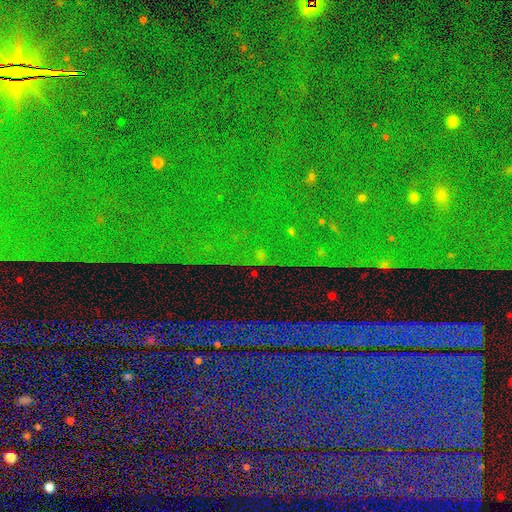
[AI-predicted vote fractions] Q: Smooth or featured?
A: star or artifact (86%); runner-up: featured or disk (7%)